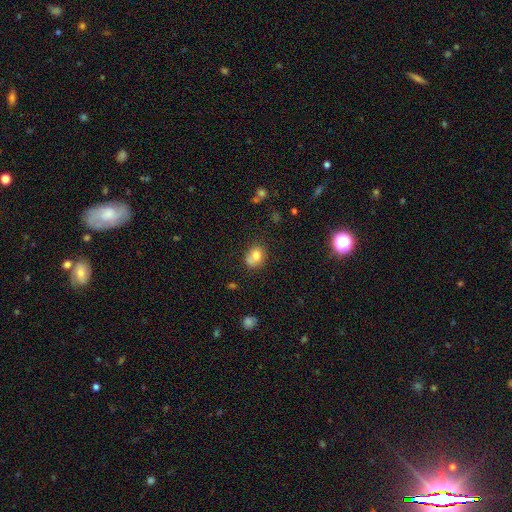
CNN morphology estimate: Smooth or featured? Predicted: smooth (p=0.76). How rounded? Predicted: round (p=0.51). Merging? Predicted: none (p=0.57).